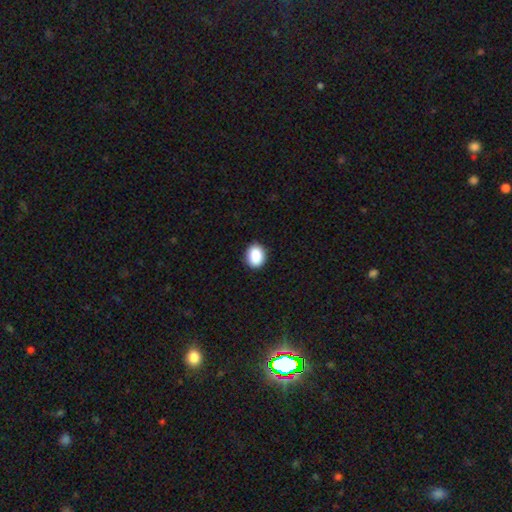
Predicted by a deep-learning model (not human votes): Smooth or featured: smooth — 89% (star or artifact — 8%)
How rounded: in between — 57% (round — 42%)
Merging: none — 89% (minor disturbance — 8%)